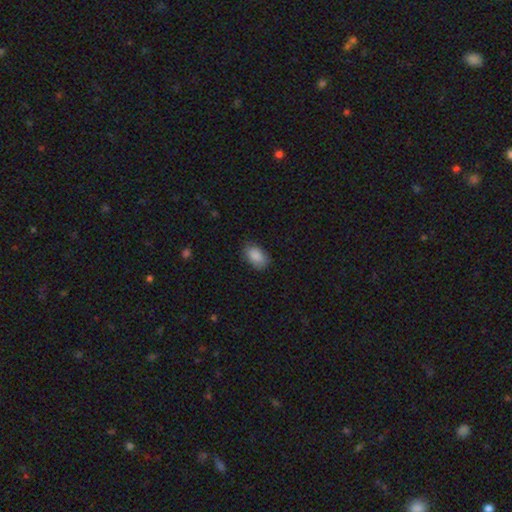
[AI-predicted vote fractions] Q: Smooth or featured?
A: smooth (89%); runner-up: star or artifact (7%)
Q: How rounded?
A: in between (90%); runner-up: round (8%)
Q: Merging?
A: none (80%); runner-up: minor disturbance (16%)